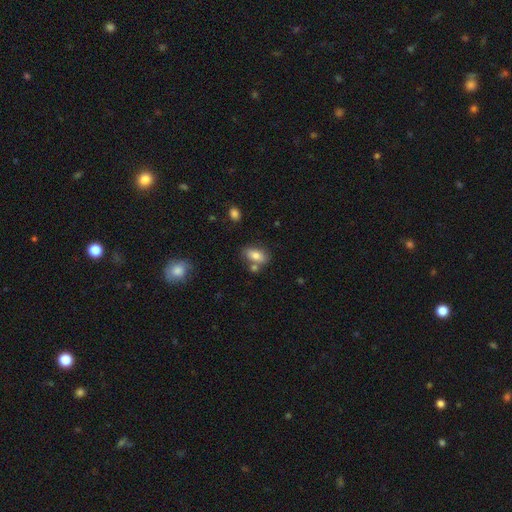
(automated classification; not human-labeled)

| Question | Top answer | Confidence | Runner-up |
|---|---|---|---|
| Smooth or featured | smooth | 79% | featured or disk (13%) |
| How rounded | in between | 89% | round (7%) |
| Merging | none | 64% | merger (18%) |